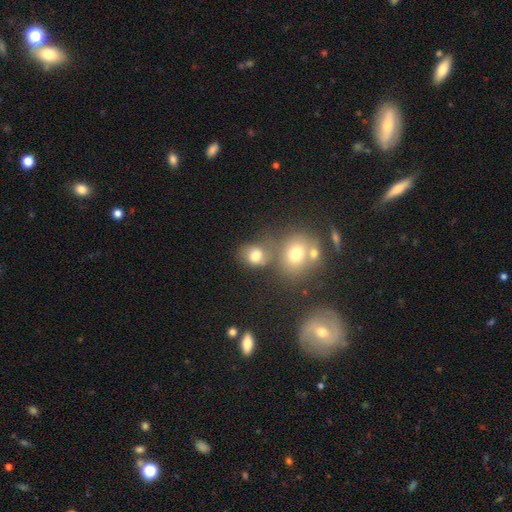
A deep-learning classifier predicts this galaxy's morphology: Q: Smooth or featured?
A: smooth (74%); runner-up: star or artifact (14%)
Q: How rounded?
A: round (65%); runner-up: in between (34%)
Q: Merging?
A: none (52%); runner-up: merger (30%)